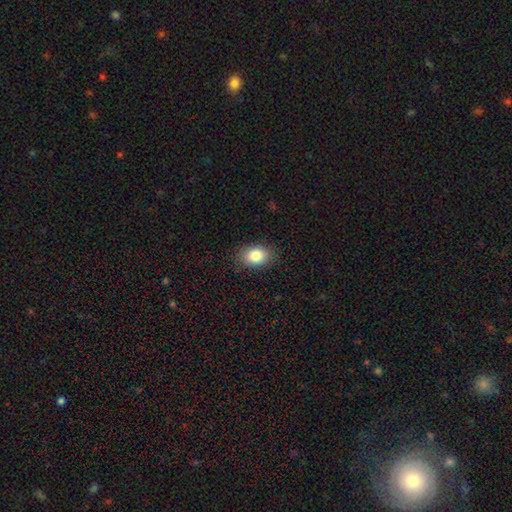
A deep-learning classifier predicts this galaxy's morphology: smooth 82%, star or artifact 9%, featured or disk 9%. Down the decision tree: how rounded — in between (73%); merging — none (86%).